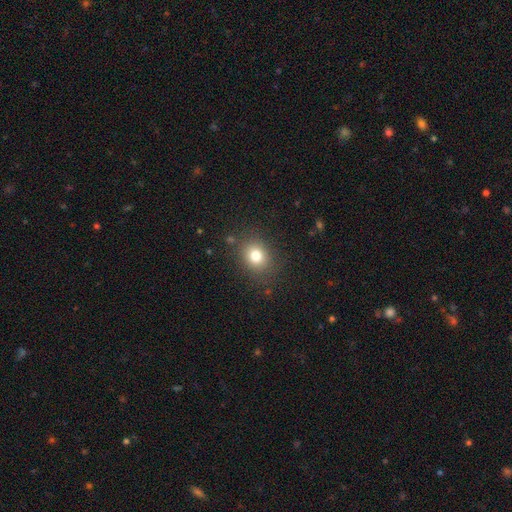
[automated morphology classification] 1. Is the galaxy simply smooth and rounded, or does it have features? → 78% smooth, 13% star or artifact, 9% featured or disk.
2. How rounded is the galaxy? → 67% round, 32% in between, 1% cigar-shaped.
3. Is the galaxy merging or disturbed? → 84% none, 10% minor disturbance, 4% major disturbance, 2% merger.